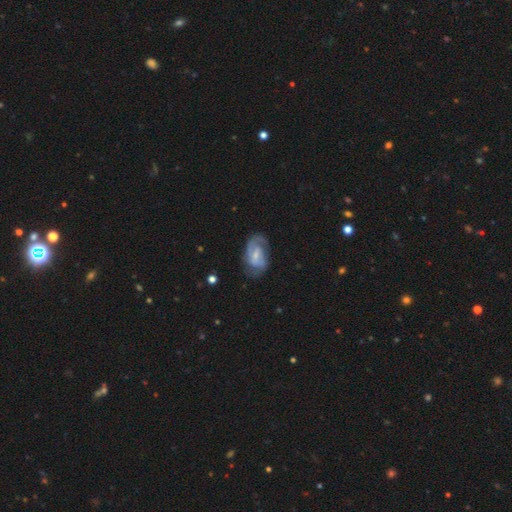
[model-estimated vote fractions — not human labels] A featured or disk galaxy (70%) with a weak bar (52%), 2 (59%) medium (44%) spiral arms (85%) and a small central bulge (53%).

Vote fractions:
- Smooth or featured? featured or disk: 70% / smooth: 24% / star or artifact: 6%
- Edge-on disk? no: 97% / yes: 3%
- Bar? weak: 52% / no: 29% / strong: 19%
- Spiral arms? yes: 85% / no: 15%
- Spiral winding? medium: 44% / tight: 35% / loose: 21%
- Spiral arm count? 2: 59% / can't tell: 19% / 1: 16% / 3: 4% / 4: 1% / more than 4: 1%
- Bulge size? small: 53% / moderate: 29% / none: 13% / large: 4% / dominant: 1%
- Merging? none: 55% / minor disturbance: 24% / major disturbance: 18% / merger: 2%